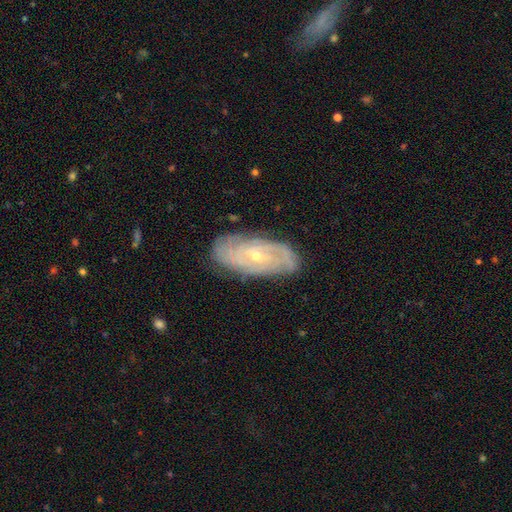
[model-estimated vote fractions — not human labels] Q: Smooth or featured?
A: featured or disk (83%); runner-up: smooth (11%)
Q: Edge-on disk?
A: no (92%); runner-up: yes (8%)
Q: Bar?
A: no (53%); runner-up: weak (36%)
Q: Spiral arms?
A: yes (93%); runner-up: no (7%)
Q: Spiral winding?
A: tight (71%); runner-up: medium (23%)
Q: Spiral arm count?
A: can't tell (38%); runner-up: 2 (25%)
Q: Bulge size?
A: small (69%); runner-up: moderate (28%)
Q: Merging?
A: none (82%); runner-up: minor disturbance (14%)